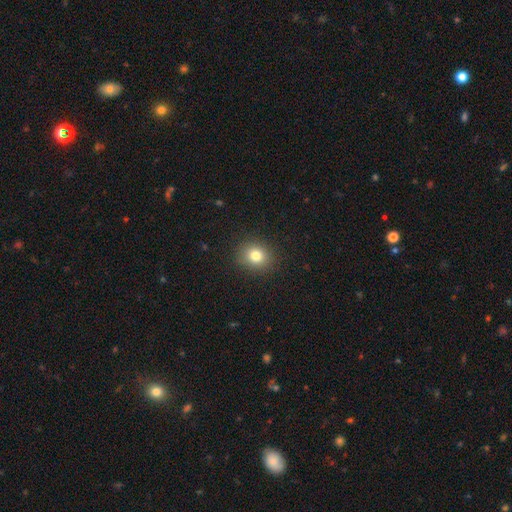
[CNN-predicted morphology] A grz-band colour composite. It shows a smooth galaxy with no disk features (80%) that is round (79%). Merging: none (90%).